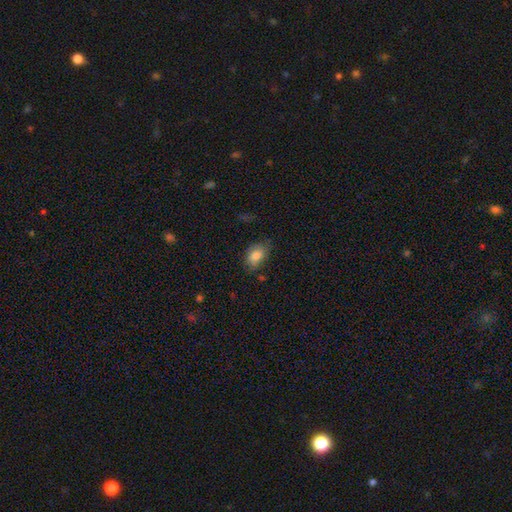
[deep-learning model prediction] The model was most divided on "merging": none: 67%, minor disturbance: 25%, major disturbance: 6%, merger: 2%. More confident: how rounded — in between (85%); smooth or featured — smooth (83%).